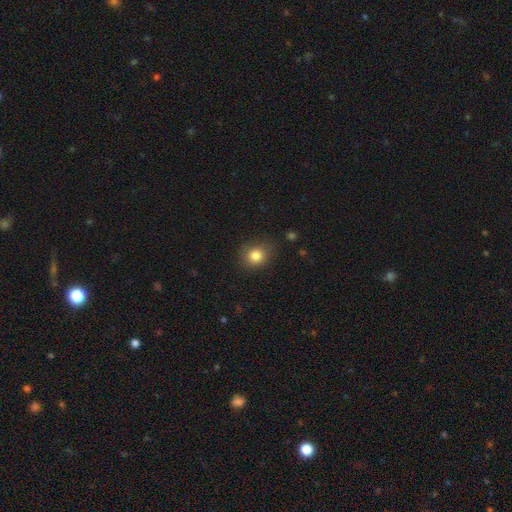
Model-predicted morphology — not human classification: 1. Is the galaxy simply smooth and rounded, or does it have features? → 83% smooth, 11% star or artifact, 6% featured or disk.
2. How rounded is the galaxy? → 69% round, 30% in between, 1% cigar-shaped.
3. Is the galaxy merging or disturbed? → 81% none, 14% minor disturbance, 4% major disturbance, 1% merger.